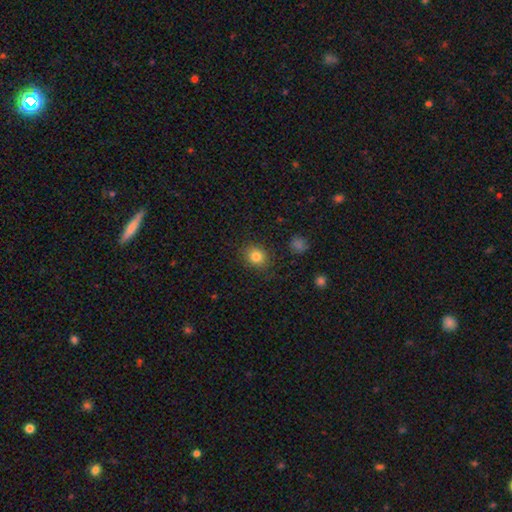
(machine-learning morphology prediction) Q: Smooth or featured?
A: smooth (82%); runner-up: star or artifact (11%)
Q: How rounded?
A: round (70%); runner-up: in between (29%)
Q: Merging?
A: none (85%); runner-up: minor disturbance (10%)